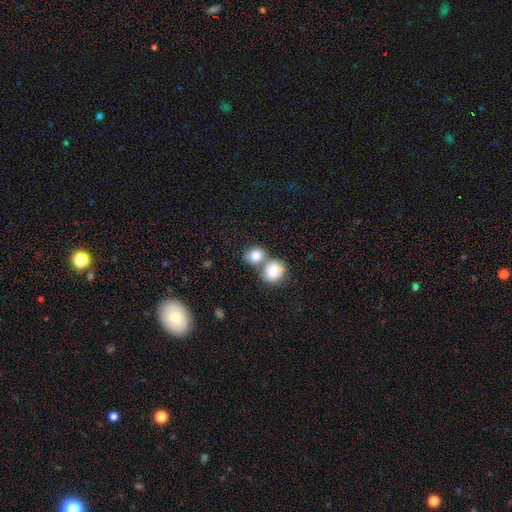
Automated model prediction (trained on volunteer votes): Q: Smooth or featured?
A: smooth (81%); runner-up: featured or disk (9%)
Q: How rounded?
A: round (67%); runner-up: in between (31%)
Q: Merging?
A: merger (50%); runner-up: none (38%)